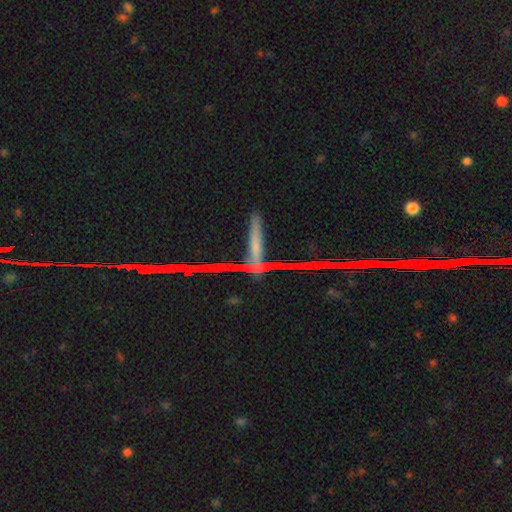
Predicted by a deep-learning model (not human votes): A star or artifact, not a galaxy (49%).

Vote fractions:
- Smooth or featured? star or artifact: 49% / featured or disk: 36% / smooth: 15%